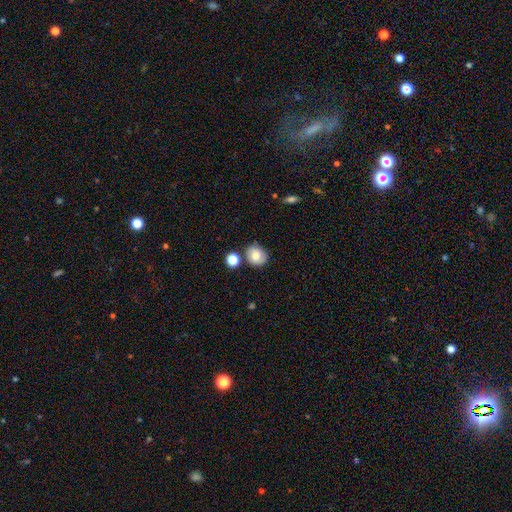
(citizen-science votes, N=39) Smooth or featured: smooth — 69% (featured or disk — 28%)
How rounded: round — 96% (in between — 4%)
Merging: none — 58% (minor disturbance — 26%)